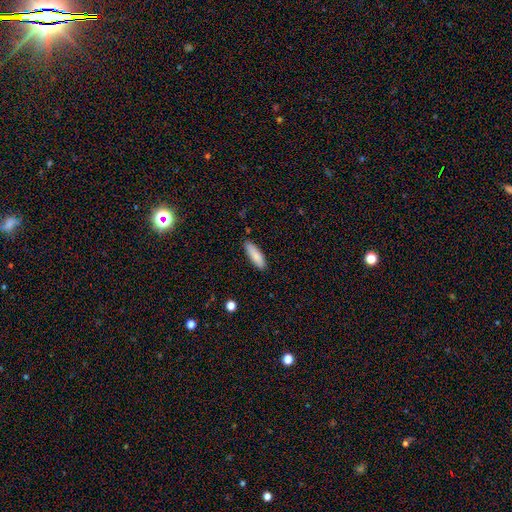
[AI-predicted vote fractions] This is clearly a smooth galaxy (85%). How rounded: possibly cigar-shaped (52%). Merging: clearly none (84%).